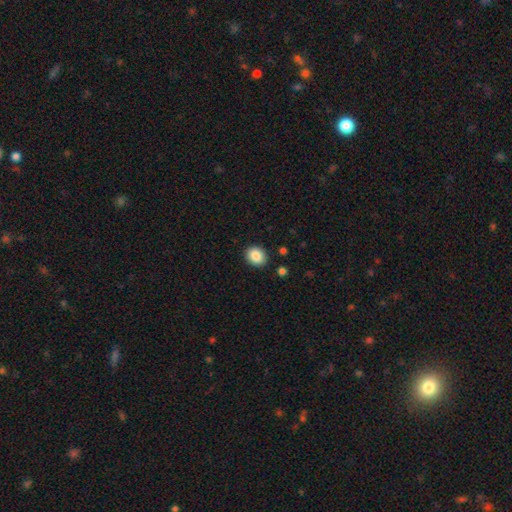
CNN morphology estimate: Smooth or featured? smooth (87%)
How rounded? round (55%)
Merging? none (89%)